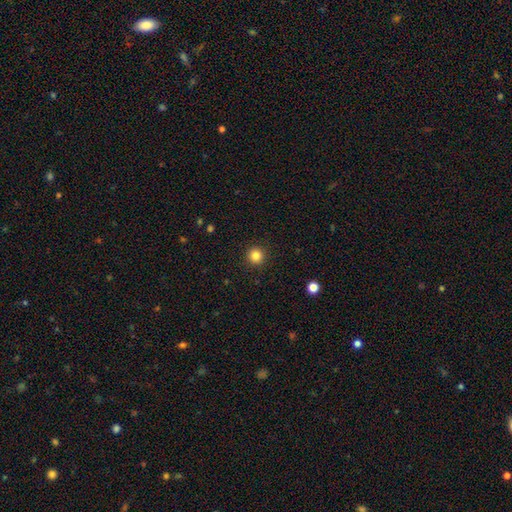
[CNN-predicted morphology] Q: Smooth or featured?
A: smooth (84%); runner-up: star or artifact (12%)
Q: How rounded?
A: round (95%); runner-up: in between (4%)
Q: Merging?
A: none (93%); runner-up: minor disturbance (5%)